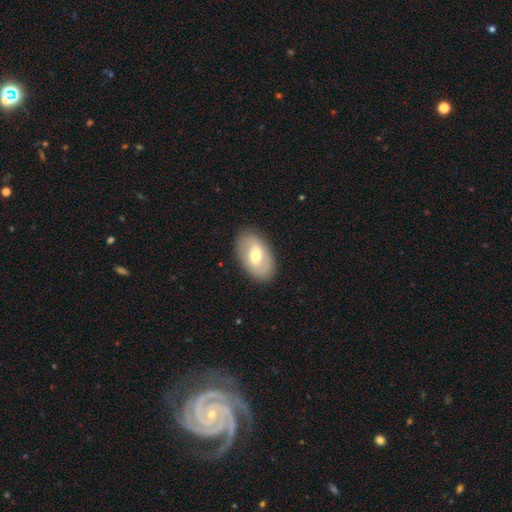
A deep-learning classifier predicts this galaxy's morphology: Smooth or featured?
  - smooth: 49% *
  - featured or disk: 45%
  - star or artifact: 6%
Merging?
  - none: 87% *
  - minor disturbance: 9%
  - major disturbance: 3%
  - merger: 1%